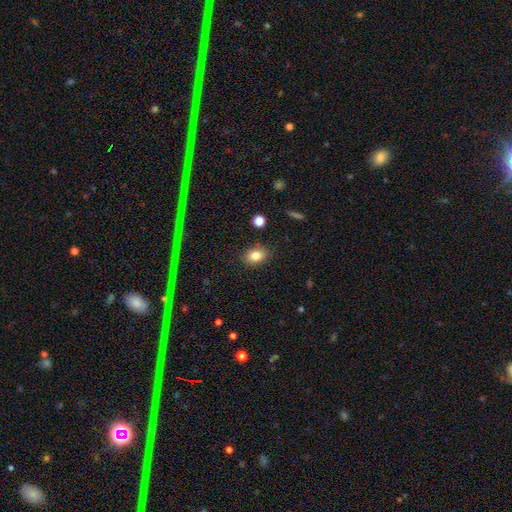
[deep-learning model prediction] Smooth or featured? smooth (82%)
How rounded? in between (69%)
Merging? none (85%)